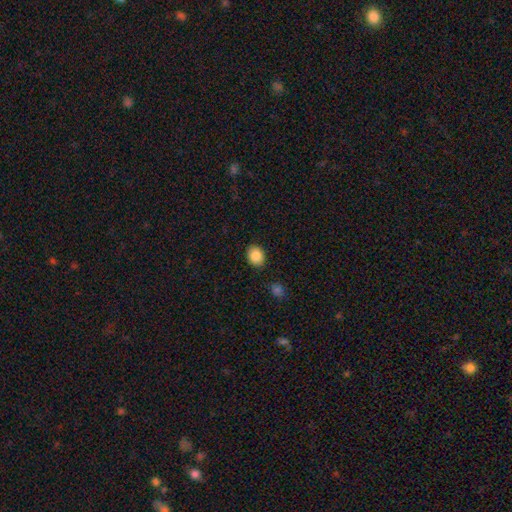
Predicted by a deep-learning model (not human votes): This is clearly a smooth galaxy (87%). How rounded: possibly in between (50%). Merging: clearly none (88%).